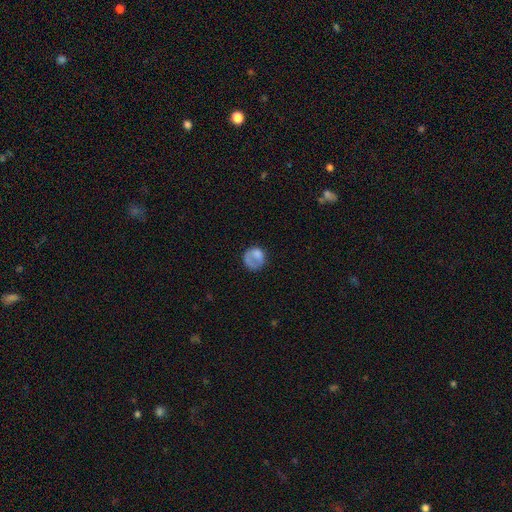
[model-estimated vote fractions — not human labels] Morphology: type=smooth (64%); roundness=round (75%); merging=none (46%).